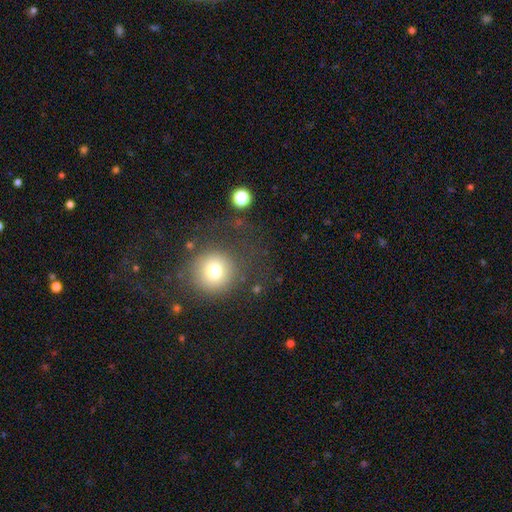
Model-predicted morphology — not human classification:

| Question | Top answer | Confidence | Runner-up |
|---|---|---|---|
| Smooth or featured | smooth | 60% | star or artifact (24%) |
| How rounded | round | 88% | in between (11%) |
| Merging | none | 65% | major disturbance (16%) |